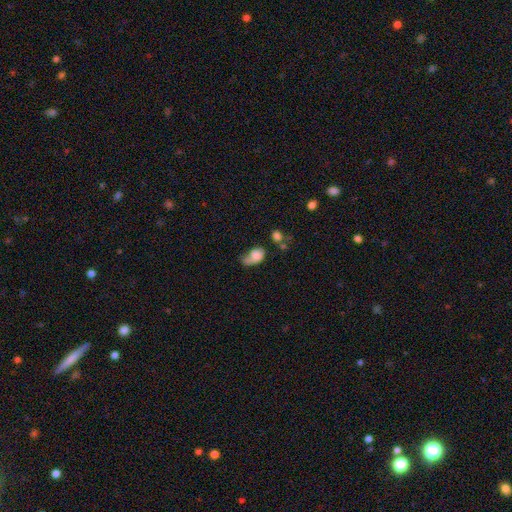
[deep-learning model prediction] smooth_or_featured: smooth (p=0.70) [alt: featured or disk p=0.20]
how_rounded: in between (p=0.79) [alt: round p=0.19]
merging: major disturbance (p=0.32) [alt: merger p=0.25]